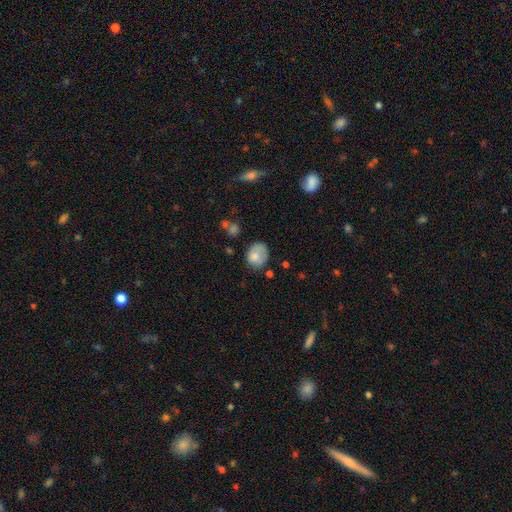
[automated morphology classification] smooth-or-featured: smooth: 76% | featured or disk: 15% | star or artifact: 9%
  how-rounded: round: 52% | in between: 47% | cigar-shaped: 1%
  merging: none: 50% | minor disturbance: 31% | major disturbance: 13% | merger: 5%